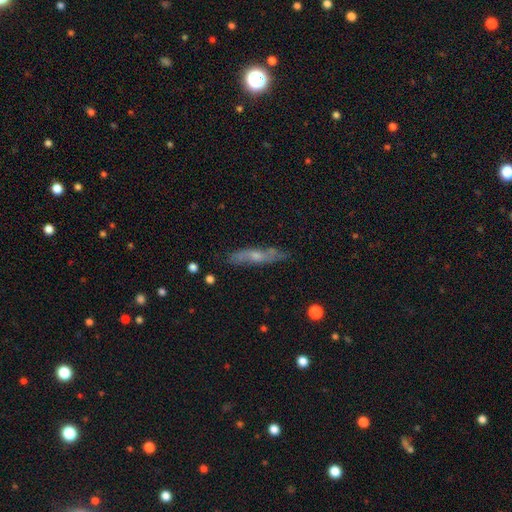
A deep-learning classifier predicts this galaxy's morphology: A featured or disk galaxy (54%) viewed edge-on (64%).

Vote fractions:
- Smooth or featured? featured or disk: 54% / smooth: 38% / star or artifact: 8%
- Edge-on disk? yes: 64% / no: 36%
- Merging? none: 79% / minor disturbance: 16% / major disturbance: 3% / merger: 2%